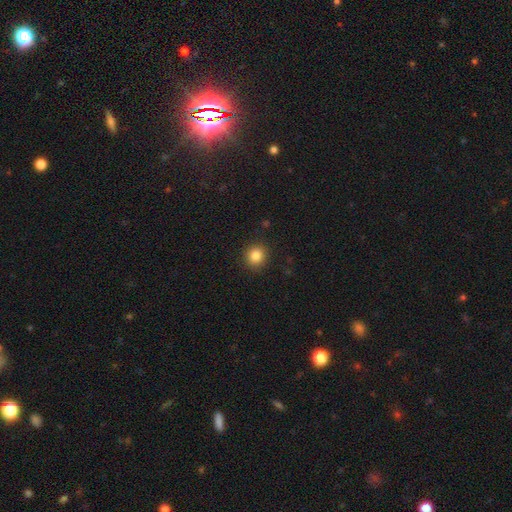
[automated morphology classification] Smooth or featured? smooth (85%)
How rounded? round (88%)
Merging? none (90%)